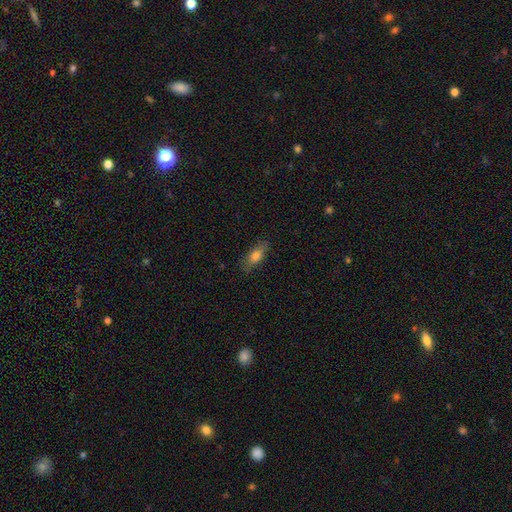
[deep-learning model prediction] Overall: smooth (74%). How rounded: in between (71%). Merging: none (80%).